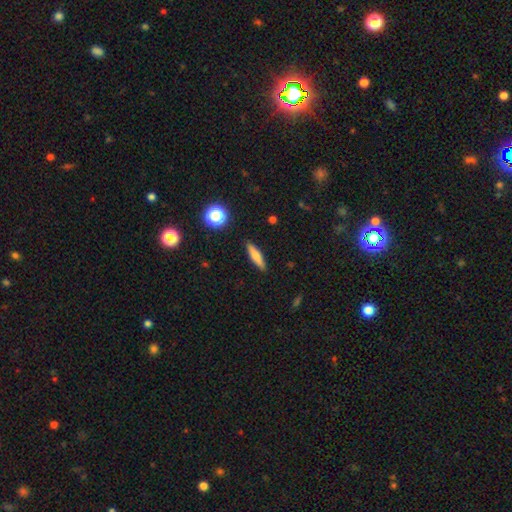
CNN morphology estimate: Smooth or featured?
  - smooth: 68% *
  - featured or disk: 24%
  - star or artifact: 8%
How rounded?
  - cigar-shaped: 75% *
  - in between: 22%
  - round: 3%
Merging?
  - none: 89% *
  - minor disturbance: 7%
  - major disturbance: 2%
  - merger: 1%